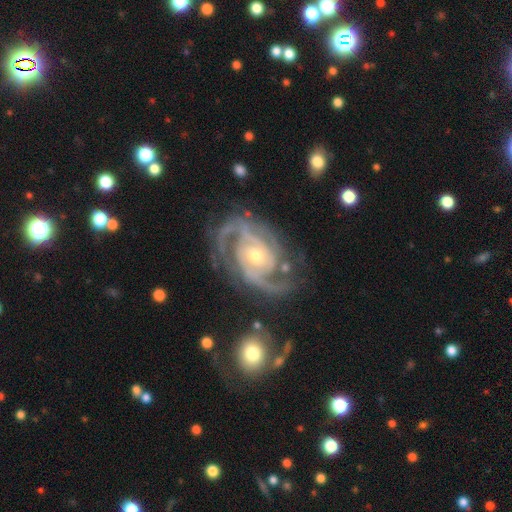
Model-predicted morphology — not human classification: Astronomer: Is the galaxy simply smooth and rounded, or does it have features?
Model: featured or disk — 93%.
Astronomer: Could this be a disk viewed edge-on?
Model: no — 98%.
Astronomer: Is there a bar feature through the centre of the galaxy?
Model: no — 59%.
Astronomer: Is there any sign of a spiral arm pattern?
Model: yes — 98%.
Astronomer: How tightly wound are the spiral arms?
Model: tight — 47% (runner-up: medium, 44%).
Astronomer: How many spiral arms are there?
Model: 2 — 53%.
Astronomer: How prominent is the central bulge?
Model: moderate — 57% (runner-up: small, 38%).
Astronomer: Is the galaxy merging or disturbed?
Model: none — 68%.